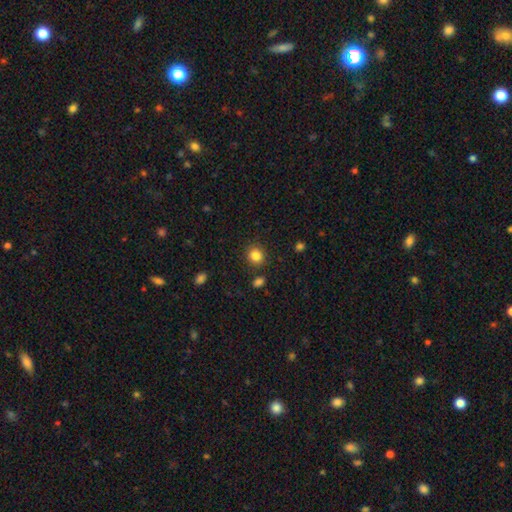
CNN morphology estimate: smooth 85%, star or artifact 10%, featured or disk 5%. Down the decision tree: how rounded — round (86%); merging — none (87%).